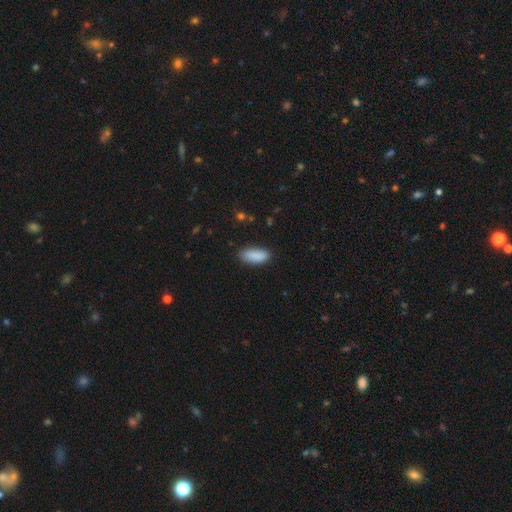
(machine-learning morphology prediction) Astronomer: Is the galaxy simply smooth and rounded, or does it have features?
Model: smooth — 89%.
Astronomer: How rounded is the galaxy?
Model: in between — 84%.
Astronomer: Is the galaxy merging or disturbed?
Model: none — 82%.